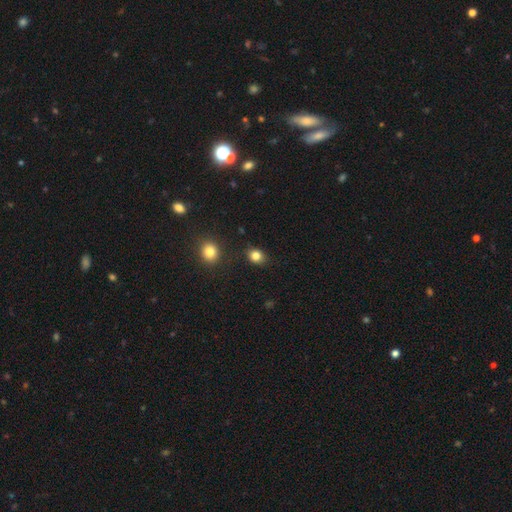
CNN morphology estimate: smooth-or-featured: smooth: 84% | star or artifact: 12% | featured or disk: 5%
  how-rounded: round: 62% | in between: 37% | cigar-shaped: 1%
  merging: none: 83% | minor disturbance: 12% | major disturbance: 3% | merger: 3%